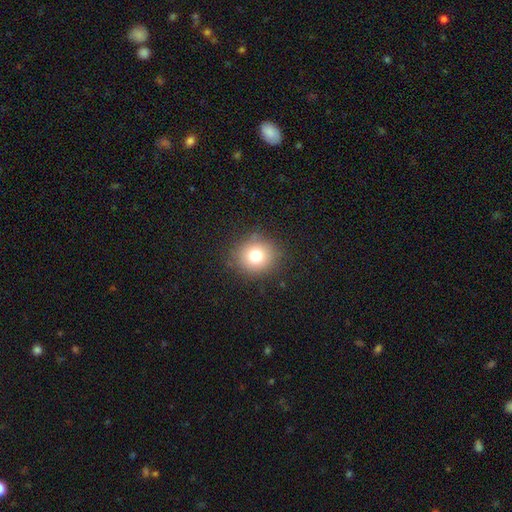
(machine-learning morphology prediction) This appears to be a smooth galaxy with no disk features (77%) that is round (85%). Merging: none (85%).